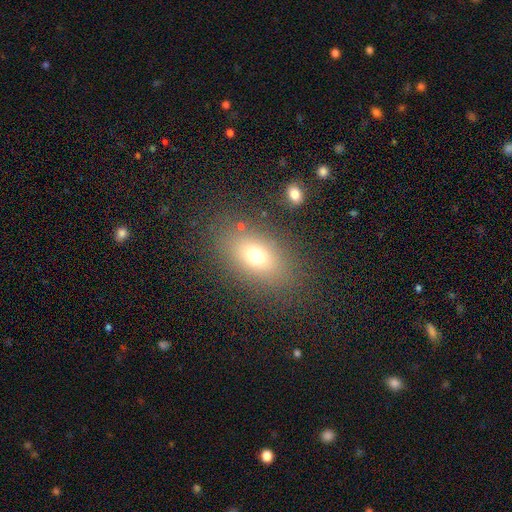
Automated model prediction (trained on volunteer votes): smooth 71%, featured or disk 15%, star or artifact 14%. Down the decision tree: how rounded — in between (80%); merging — none (82%).